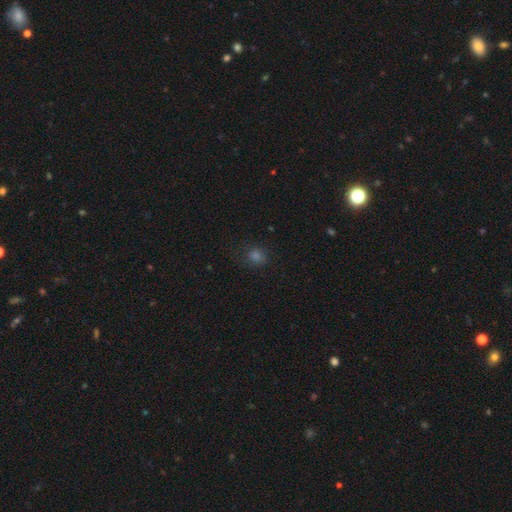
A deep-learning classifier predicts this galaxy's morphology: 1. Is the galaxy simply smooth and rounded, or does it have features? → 67% smooth, 26% star or artifact, 6% featured or disk.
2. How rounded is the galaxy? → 81% round, 18% in between, 1% cigar-shaped.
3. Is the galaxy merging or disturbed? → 82% none, 12% minor disturbance, 5% major disturbance, 1% merger.